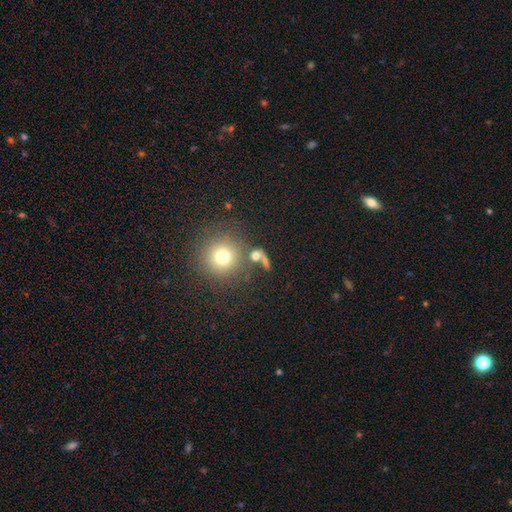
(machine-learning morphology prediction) This is likely a smooth galaxy (65%). How rounded: likely round (71%). Merging: possibly none (57%).